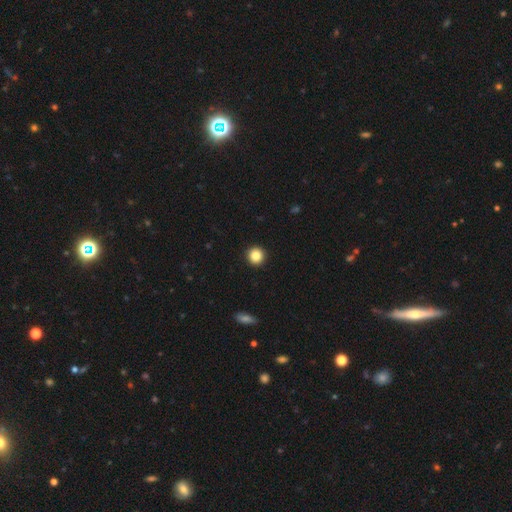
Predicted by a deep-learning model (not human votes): This is clearly a smooth galaxy (85%). How rounded: clearly round (95%). Merging: clearly none (93%).